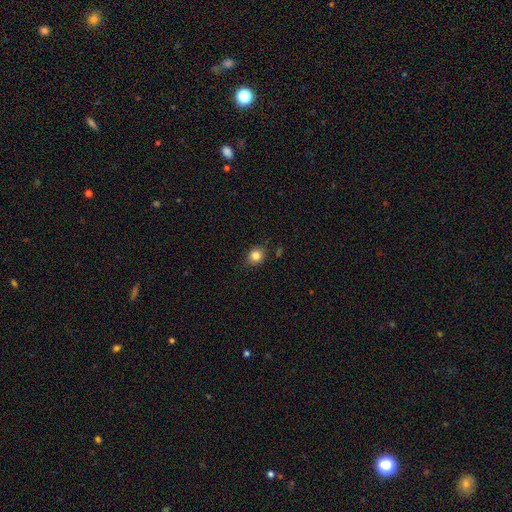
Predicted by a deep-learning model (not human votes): A smooth galaxy with no disk features (83%) that is round (75%).

Vote fractions:
- Smooth or featured? smooth: 83% / star or artifact: 11% / featured or disk: 6%
- How rounded? round: 75% / in between: 24% / cigar-shaped: 1%
- Merging? none: 83% / minor disturbance: 12% / major disturbance: 3% / merger: 2%